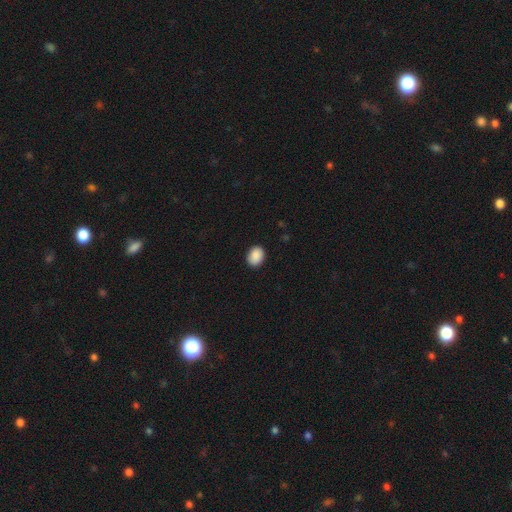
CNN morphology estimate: Smooth or featured? smooth (90%)
How rounded? in between (67%)
Merging? none (88%)